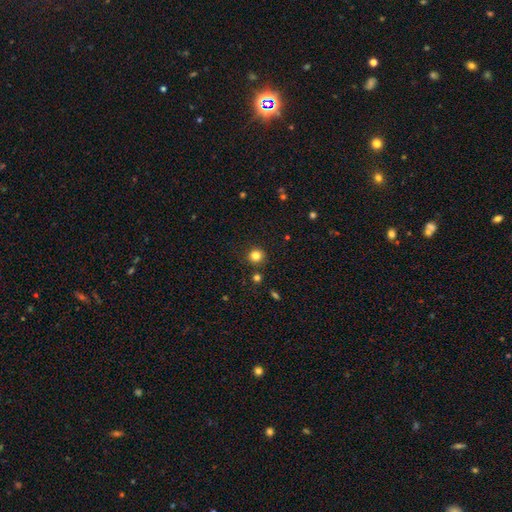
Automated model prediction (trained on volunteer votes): Overall: smooth (82%). How rounded: round (93%). Merging: none (89%).